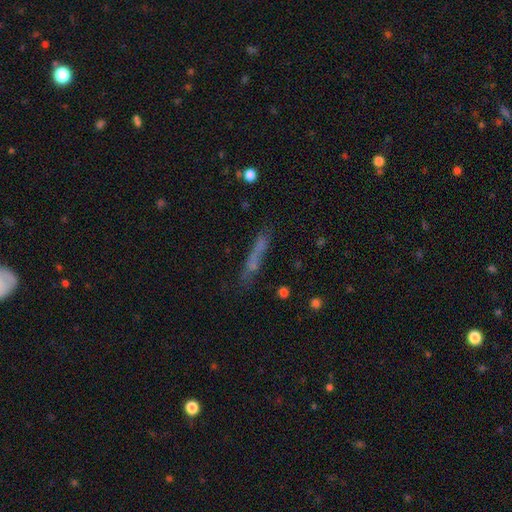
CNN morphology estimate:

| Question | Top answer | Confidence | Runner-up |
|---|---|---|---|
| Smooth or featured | smooth | 50% | featured or disk (32%) |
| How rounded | cigar-shaped | 89% | in between (8%) |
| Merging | none | 68% | minor disturbance (18%) |